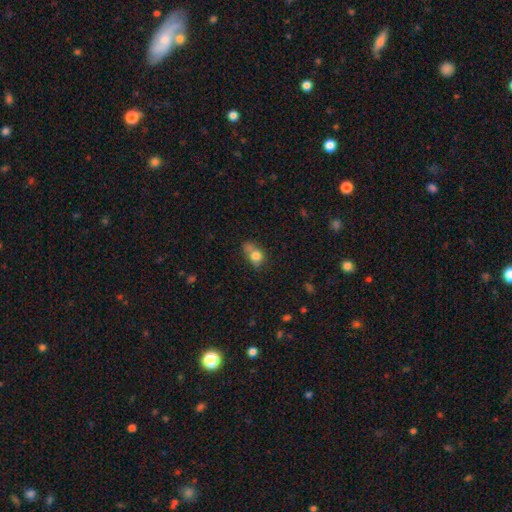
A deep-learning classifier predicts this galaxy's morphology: Overall: smooth (77%). How rounded: in between (51%; round 47%). Merging: none (38%; minor disturbance 28%).